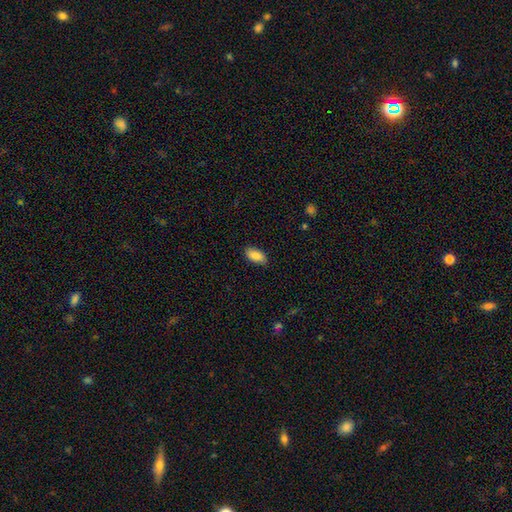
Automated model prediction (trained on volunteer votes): This is clearly a smooth galaxy (85%). How rounded: clearly in between (93%). Merging: clearly none (87%).